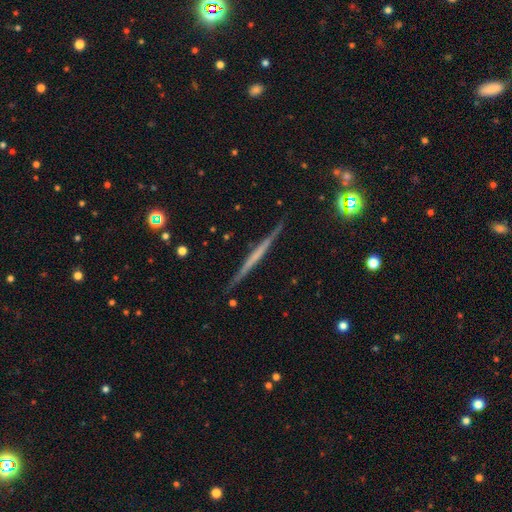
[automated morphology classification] featured or disk 66%, smooth 27%, star or artifact 6%. Down the decision tree: edge-on disk — yes (98%); edge-on bulge — none (84%); merging — none (90%).